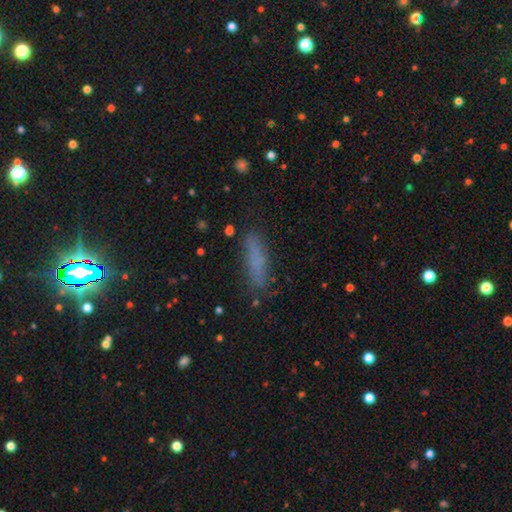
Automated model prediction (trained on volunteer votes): A smooth galaxy with no disk features (77%) that is cigar-shaped (75%).

Vote fractions:
- Smooth or featured? smooth: 77% / featured or disk: 13% / star or artifact: 10%
- How rounded? cigar-shaped: 75% / in between: 24% / round: 2%
- Merging? none: 79% / minor disturbance: 15% / major disturbance: 4% / merger: 2%